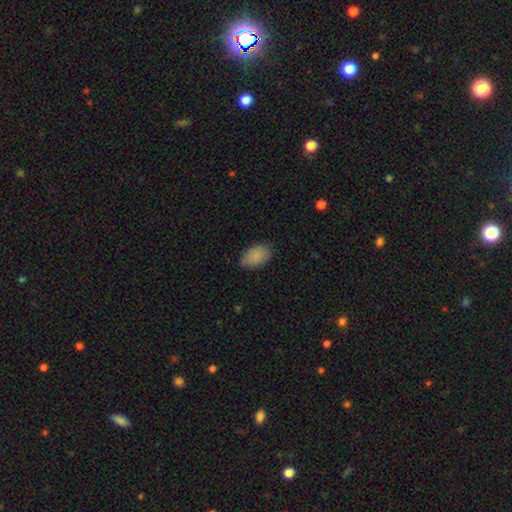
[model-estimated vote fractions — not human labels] Overall: smooth (88%). How rounded: in between (92%). Merging: none (80%).